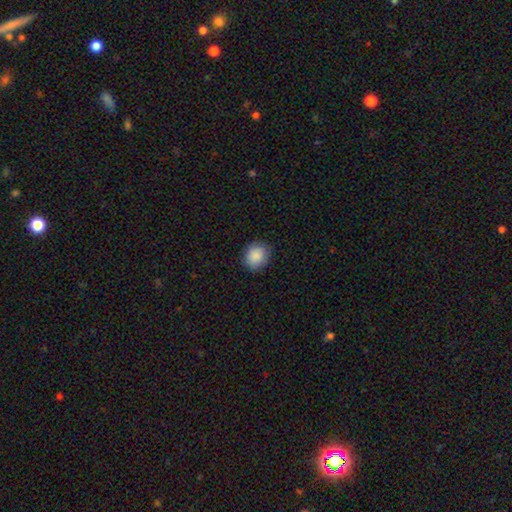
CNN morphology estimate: Smooth or featured? smooth (89%)
How rounded? round (70%)
Merging? none (87%)